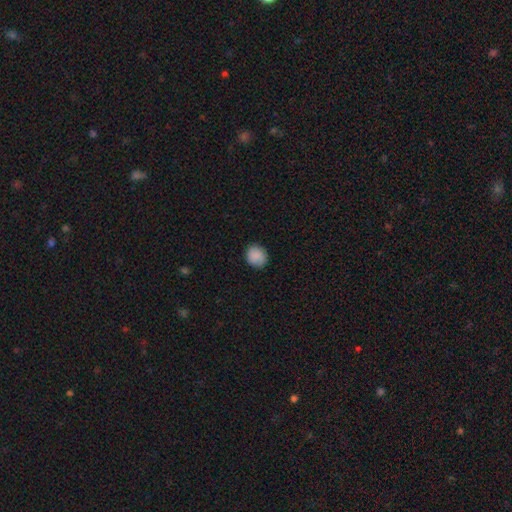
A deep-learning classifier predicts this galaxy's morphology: smooth_or_featured: smooth (p=0.89) [alt: star or artifact p=0.08]
how_rounded: round (p=0.76) [alt: in between p=0.23]
merging: none (p=0.87) [alt: minor disturbance p=0.10]